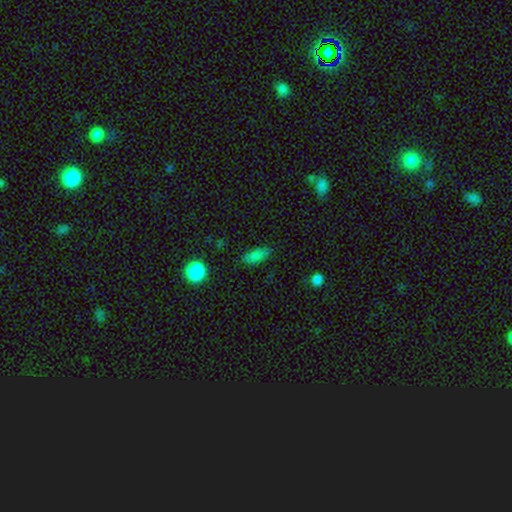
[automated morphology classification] Smooth or featured?
  - smooth: 83% *
  - star or artifact: 11%
  - featured or disk: 7%
How rounded?
  - in between: 79% *
  - cigar-shaped: 18%
  - round: 4%
Merging?
  - none: 82% *
  - minor disturbance: 13%
  - major disturbance: 3%
  - merger: 2%